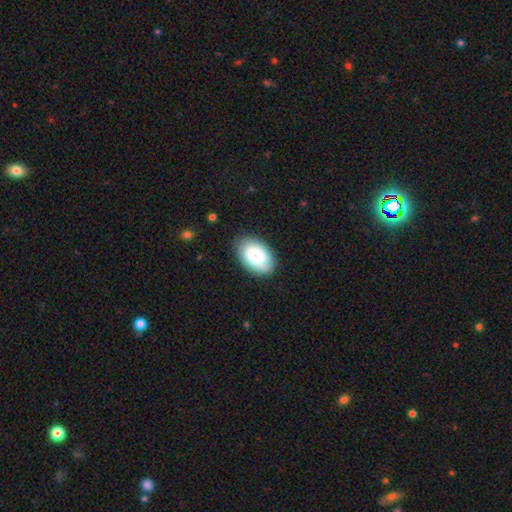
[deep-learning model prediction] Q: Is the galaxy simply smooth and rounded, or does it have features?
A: smooth — 73%.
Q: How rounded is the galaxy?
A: in between — 91%.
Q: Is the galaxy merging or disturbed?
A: none — 82%.